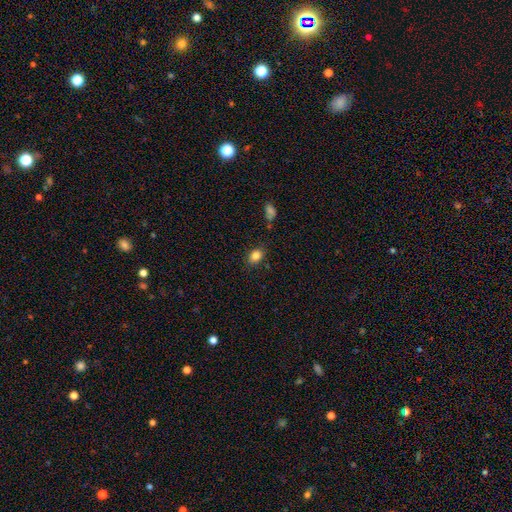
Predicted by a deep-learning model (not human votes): smooth-or-featured: smooth: 83% | star or artifact: 10% | featured or disk: 7%
  how-rounded: in between: 72% | round: 26% | cigar-shaped: 1%
  merging: none: 83% | minor disturbance: 12% | major disturbance: 3% | merger: 2%